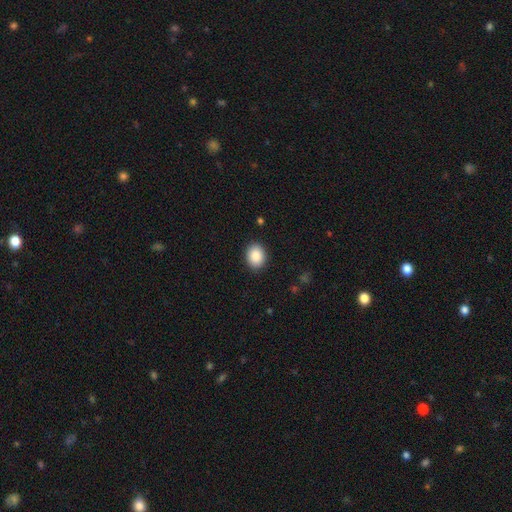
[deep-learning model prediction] smooth_or_featured: smooth (p=0.89) [alt: star or artifact p=0.08]
how_rounded: in between (p=0.52) [alt: round p=0.47]
merging: none (p=0.90) [alt: minor disturbance p=0.07]